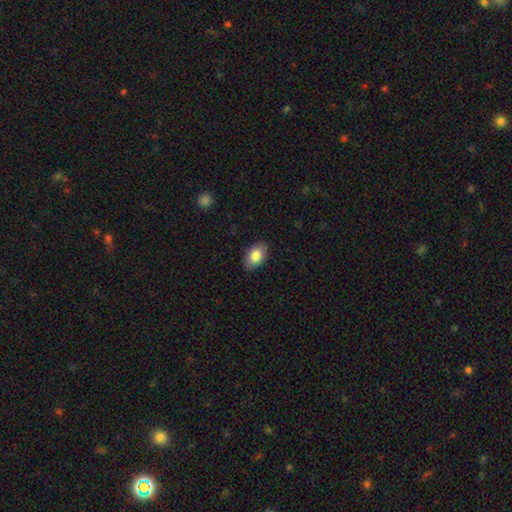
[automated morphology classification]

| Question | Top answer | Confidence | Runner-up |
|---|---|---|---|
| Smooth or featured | smooth | 83% | featured or disk (11%) |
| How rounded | in between | 91% | round (8%) |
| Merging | none | 86% | minor disturbance (11%) |